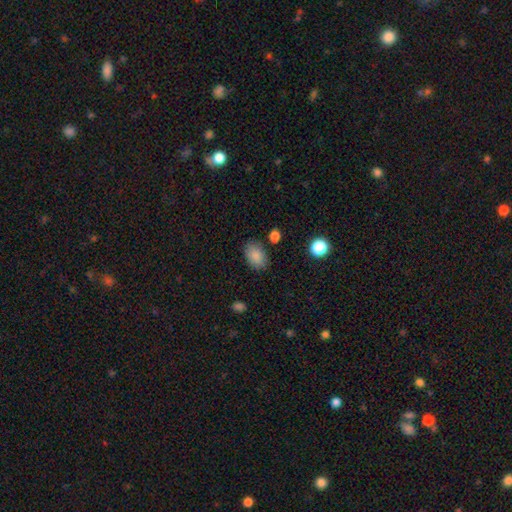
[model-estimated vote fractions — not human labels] smooth 87%, star or artifact 8%, featured or disk 5%. Down the decision tree: how rounded — in between (86%); merging — none (82%).